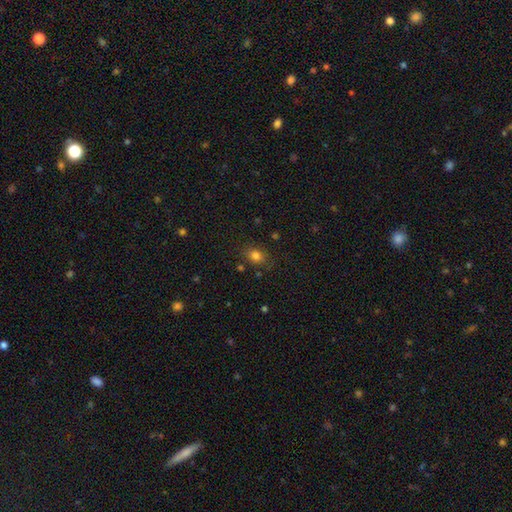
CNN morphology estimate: Smooth or featured?
  - smooth: 80% *
  - star or artifact: 13%
  - featured or disk: 7%
How rounded?
  - in between: 55% *
  - round: 44%
  - cigar-shaped: 1%
Merging?
  - none: 78% *
  - minor disturbance: 15%
  - major disturbance: 5%
  - merger: 3%